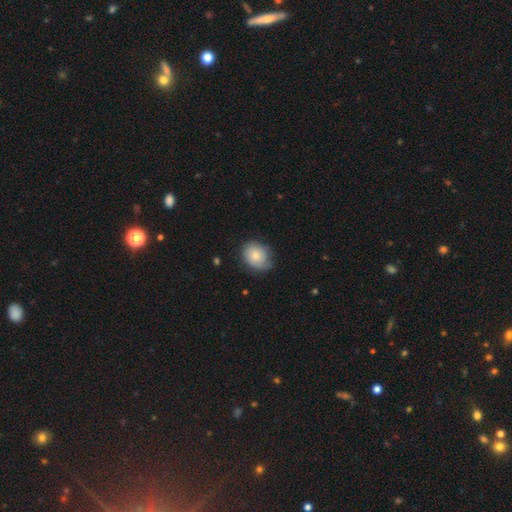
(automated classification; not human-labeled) smooth-or-featured: smooth: 74% | featured or disk: 19% | star or artifact: 7%
  how-rounded: round: 54% | in between: 45% | cigar-shaped: 1%
  merging: none: 66% | minor disturbance: 27% | major disturbance: 6% | merger: 1%